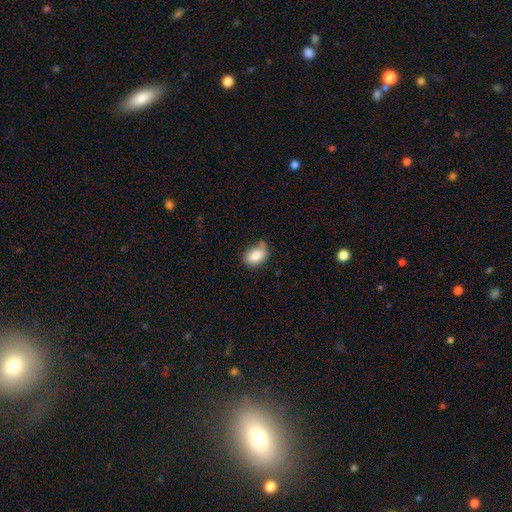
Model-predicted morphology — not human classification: type=smooth (84%); roundness=in between (84%); merging=none (52%).